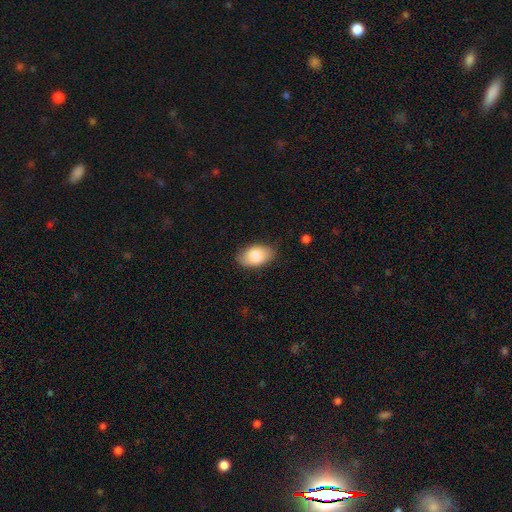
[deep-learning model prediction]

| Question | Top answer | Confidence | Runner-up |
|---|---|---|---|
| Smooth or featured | smooth | 80% | featured or disk (14%) |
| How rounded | in between | 93% | round (6%) |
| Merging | none | 83% | minor disturbance (14%) |